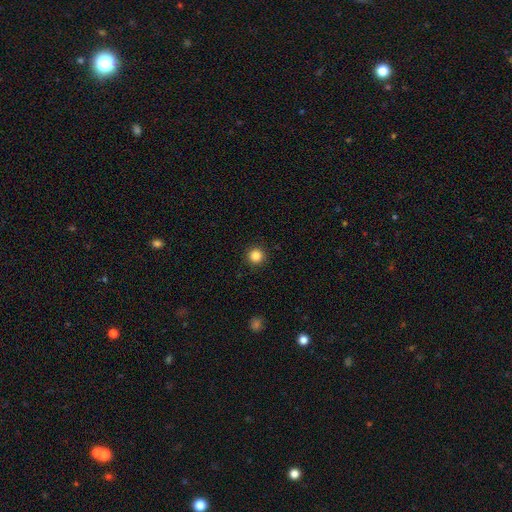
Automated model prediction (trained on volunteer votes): Overall: smooth (86%). How rounded: round (96%). Merging: none (93%).